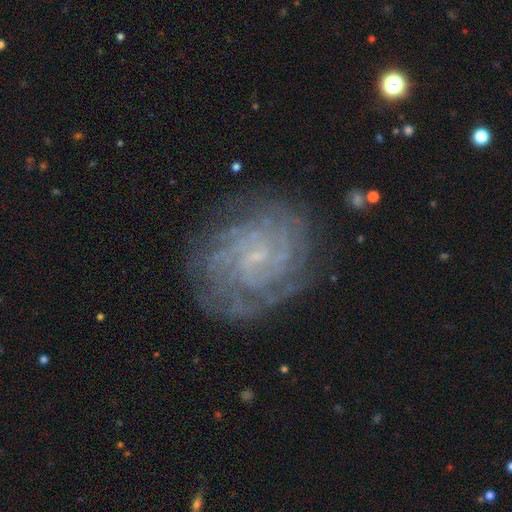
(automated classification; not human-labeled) A featured or disk galaxy (84%) with no bar (49%), tight (73%) spiral arms (96%) and a small central bulge (75%).

Vote fractions:
- Smooth or featured? featured or disk: 84% / smooth: 8% / star or artifact: 8%
- Edge-on disk? no: 98% / yes: 2%
- Bar? no: 49% / weak: 40% / strong: 11%
- Spiral arms? yes: 96% / no: 4%
- Spiral winding? tight: 73% / medium: 22% / loose: 5%
- Spiral arm count? can't tell: 34% / 4: 17% / 2: 15% / 3: 14% / more than 4: 11% / 1: 8%
- Bulge size? small: 75% / none: 16% / moderate: 7% / large: 1% / dominant: 1%
- Merging? none: 79% / minor disturbance: 14% / major disturbance: 6% / merger: 2%